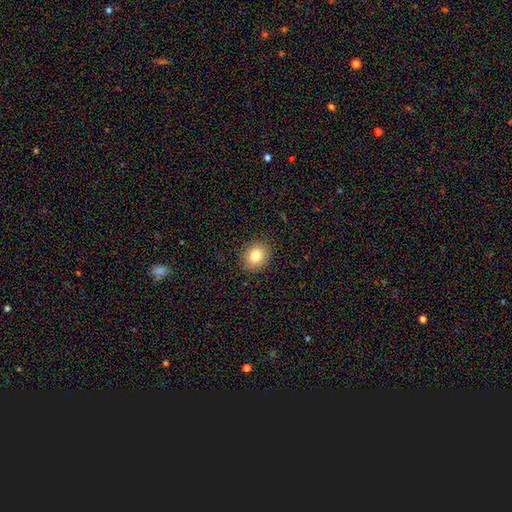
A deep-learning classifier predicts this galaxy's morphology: Overall: smooth (81%). How rounded: round (68%; in between 32%). Merging: none (89%).